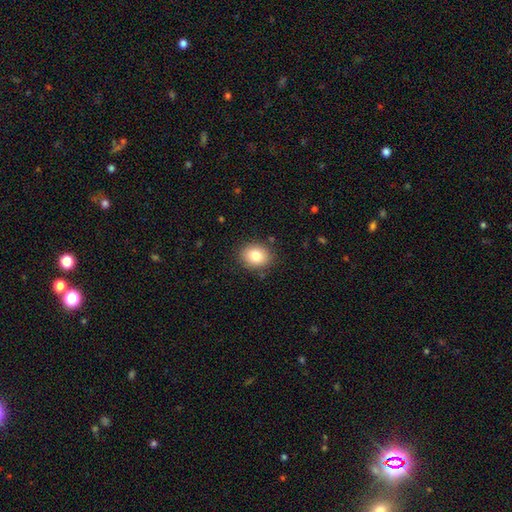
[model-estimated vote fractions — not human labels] This is clearly a smooth galaxy (81%). How rounded: possibly round (59%). Merging: clearly none (86%).